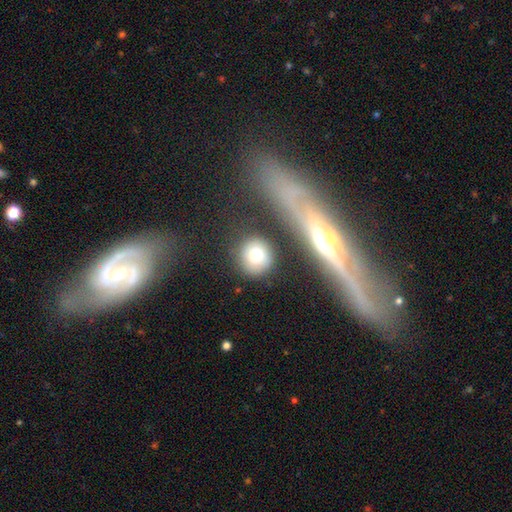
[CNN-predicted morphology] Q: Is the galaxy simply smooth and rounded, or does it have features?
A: smooth — 78%.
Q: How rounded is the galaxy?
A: round — 87%.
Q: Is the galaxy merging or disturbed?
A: none — 80%.